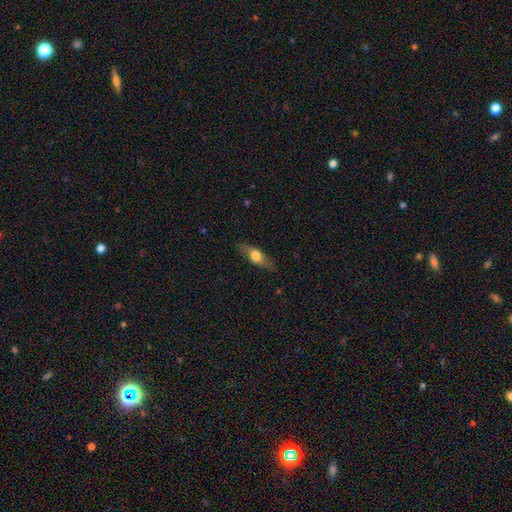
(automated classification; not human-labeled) A smooth galaxy with no disk features (49%).

Vote fractions:
- Smooth or featured? smooth: 49% / featured or disk: 45% / star or artifact: 7%
- Merging? none: 81% / minor disturbance: 14% / major disturbance: 4% / merger: 1%